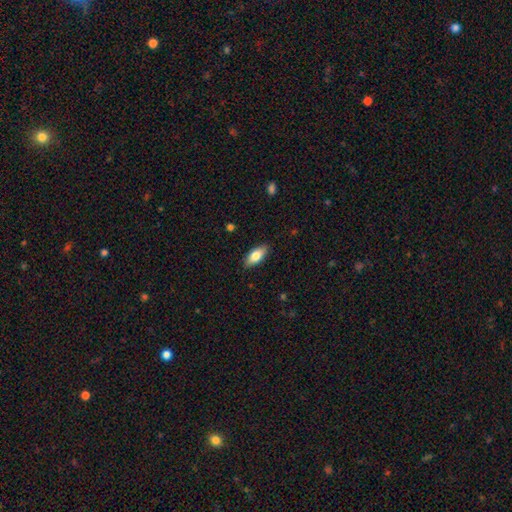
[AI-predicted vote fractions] Smooth or featured? Predicted: smooth (p=0.79). How rounded? Predicted: in between (p=0.85). Merging? Predicted: none (p=0.88).